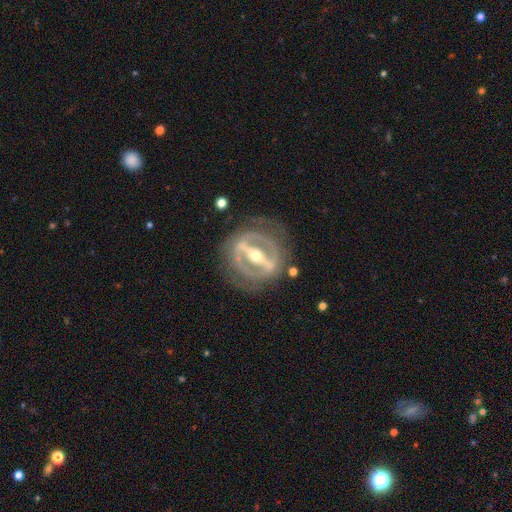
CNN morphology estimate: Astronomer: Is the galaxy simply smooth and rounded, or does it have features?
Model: featured or disk — 87%.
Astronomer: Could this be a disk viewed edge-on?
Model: no — 82%.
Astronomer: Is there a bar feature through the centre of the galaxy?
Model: strong — 87%.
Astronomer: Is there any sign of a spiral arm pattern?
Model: no — 66%.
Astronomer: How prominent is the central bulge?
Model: moderate — 68%.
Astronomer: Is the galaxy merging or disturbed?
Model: none — 78%.